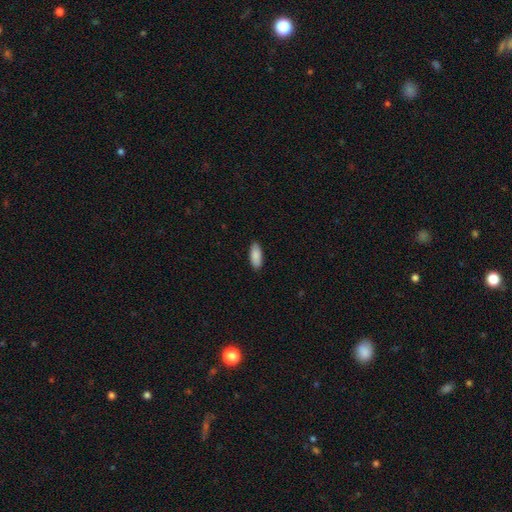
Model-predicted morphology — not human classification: A smooth galaxy with no disk features (90%) that is in between round and cigar-shaped (77%). Merging: none (89%).